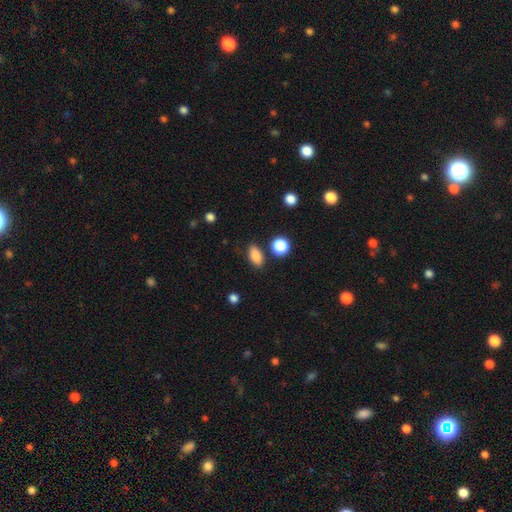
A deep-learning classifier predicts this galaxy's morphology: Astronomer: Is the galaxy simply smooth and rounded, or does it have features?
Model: smooth — 85%.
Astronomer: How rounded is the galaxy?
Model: in between — 83%.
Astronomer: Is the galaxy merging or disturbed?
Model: none — 82%.